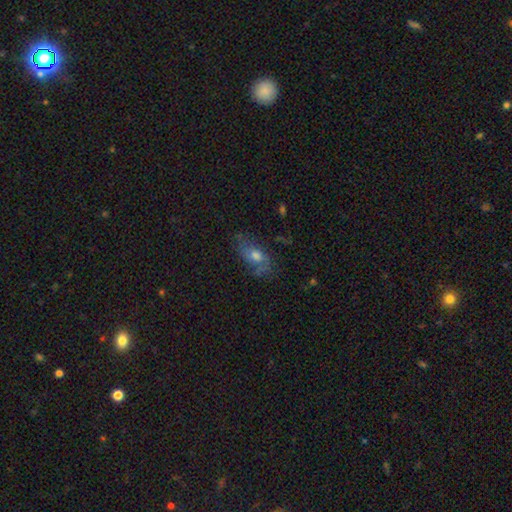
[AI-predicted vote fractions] This is possibly a smooth galaxy (46%). Merging: likely none (61%).